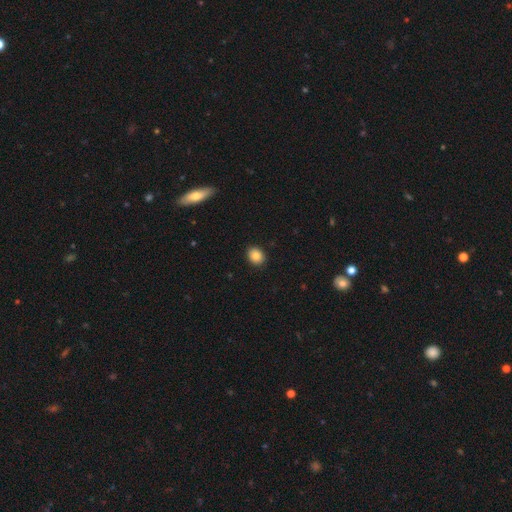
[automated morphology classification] Smooth or featured: smooth — 85% (star or artifact — 9%)
How rounded: round — 58% (in between — 41%)
Merging: none — 91% (minor disturbance — 6%)